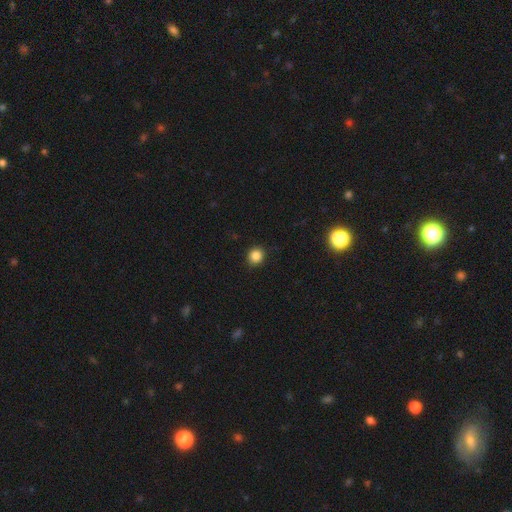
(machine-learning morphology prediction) smooth 85%, star or artifact 11%, featured or disk 4%. Down the decision tree: how rounded — round (87%); merging — none (90%).